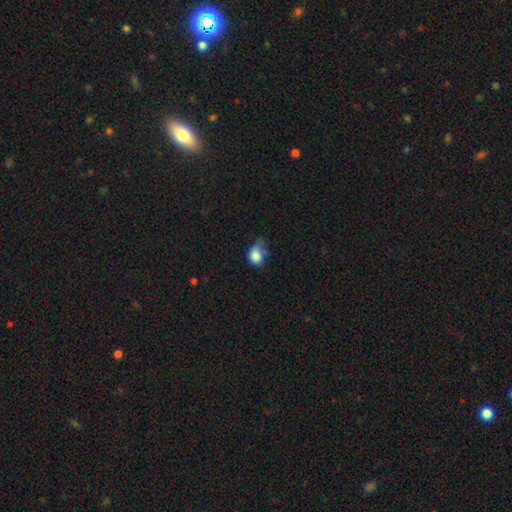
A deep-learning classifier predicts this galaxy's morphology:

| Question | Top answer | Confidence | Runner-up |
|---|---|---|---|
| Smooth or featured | smooth | 82% | star or artifact (10%) |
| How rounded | in between | 61% | round (38%) |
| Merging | minor disturbance | 40% | none (29%) |